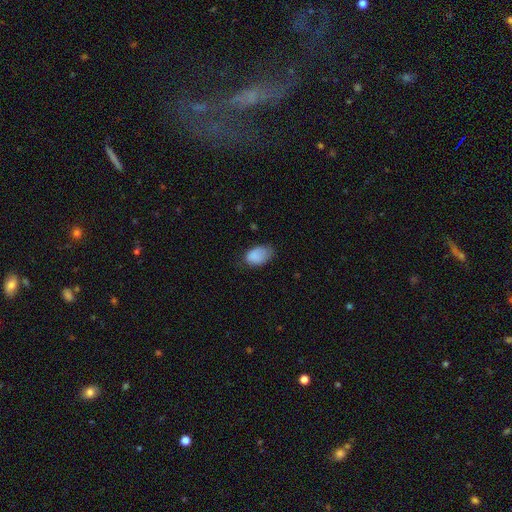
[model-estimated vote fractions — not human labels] A smooth galaxy with no disk features (85%) that is in between round and cigar-shaped (90%). Merging: none (56%).